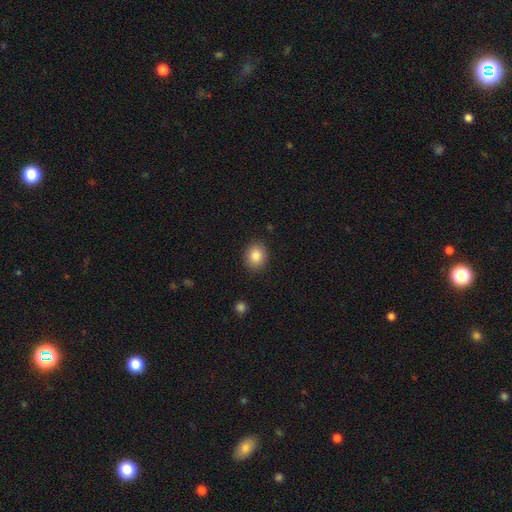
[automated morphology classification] This is clearly a smooth galaxy (85%). How rounded: likely round (64%). Merging: clearly none (89%).